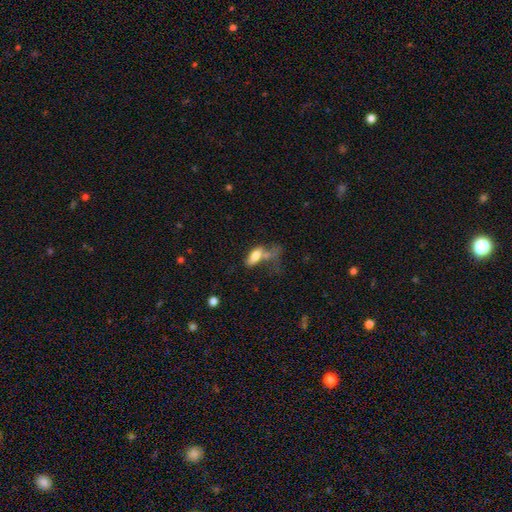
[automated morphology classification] This appears to be a smooth galaxy with no disk features (70%) that is in between round and cigar-shaped (79%). Merging: merger (32%).